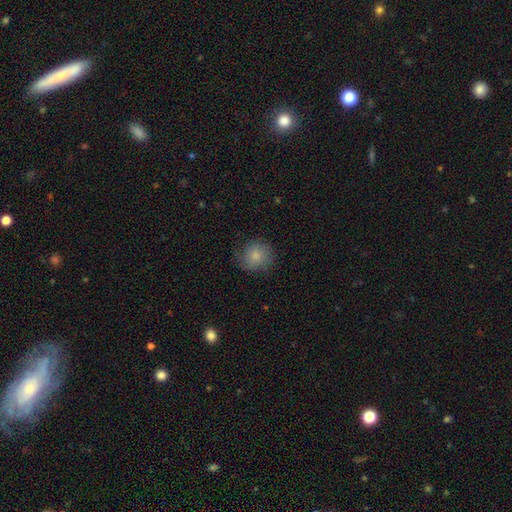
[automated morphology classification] Smooth or featured? smooth (83%)
How rounded? round (87%)
Merging? none (75%)